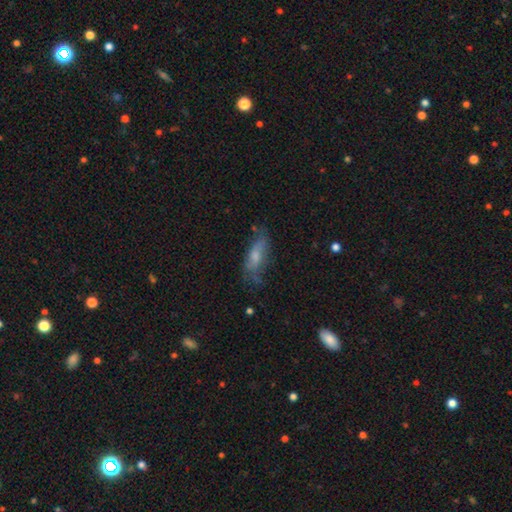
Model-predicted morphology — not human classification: Overall: smooth (53%; featured or disk 37%). How rounded: in between (60%; cigar-shaped 37%). Merging: none (51%; minor disturbance 28%).